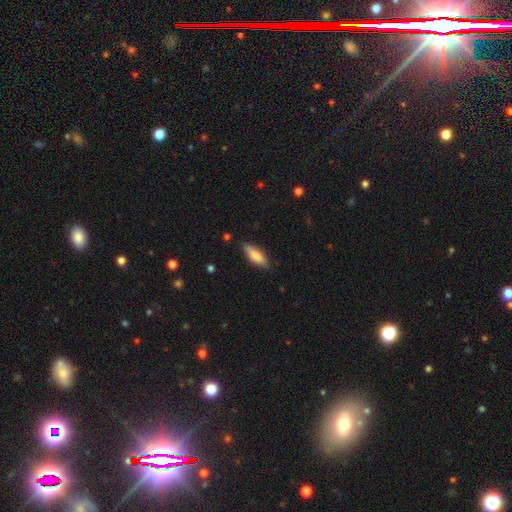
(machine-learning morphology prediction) Q: Smooth or featured?
A: smooth (77%); runner-up: featured or disk (17%)
Q: How rounded?
A: in between (55%); runner-up: cigar-shaped (44%)
Q: Merging?
A: none (82%); runner-up: minor disturbance (14%)